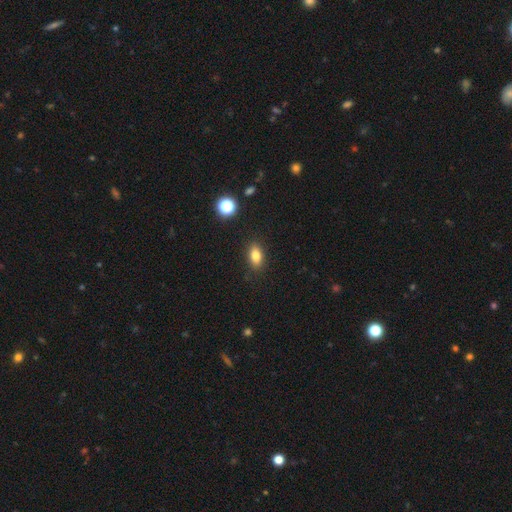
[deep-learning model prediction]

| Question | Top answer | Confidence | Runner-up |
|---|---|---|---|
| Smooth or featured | smooth | 81% | star or artifact (10%) |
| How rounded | in between | 84% | round (10%) |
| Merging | none | 88% | minor disturbance (8%) |